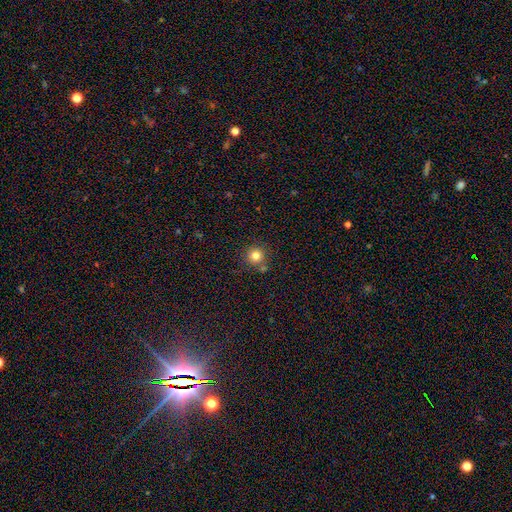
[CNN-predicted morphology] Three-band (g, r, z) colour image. It shows a smooth galaxy with no disk features (81%) that is round (94%). Merging: none (79%).